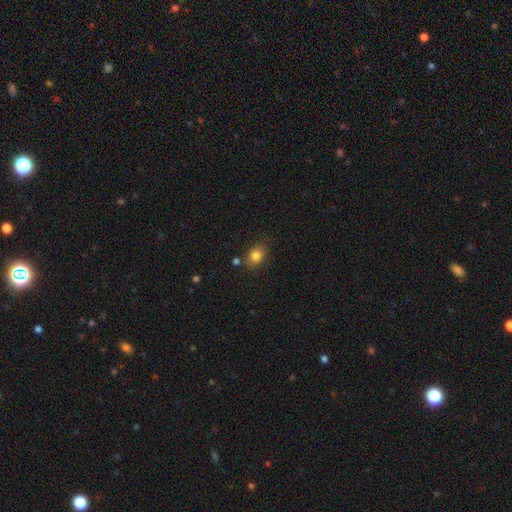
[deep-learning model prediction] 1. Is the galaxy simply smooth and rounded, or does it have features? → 82% smooth, 11% star or artifact, 7% featured or disk.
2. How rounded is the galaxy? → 57% in between, 41% round, 1% cigar-shaped.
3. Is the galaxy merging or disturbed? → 75% none, 15% minor disturbance, 6% merger, 4% major disturbance.